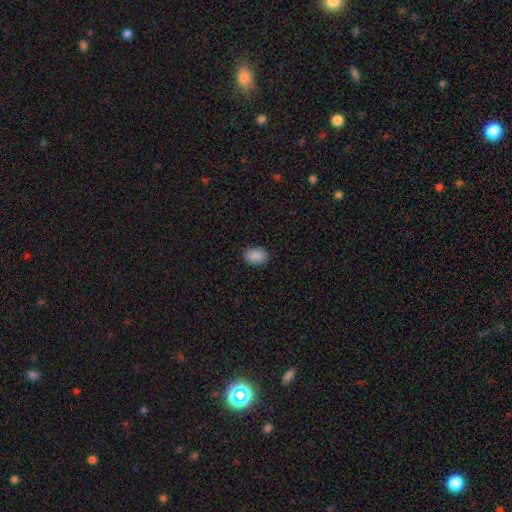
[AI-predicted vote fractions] This is clearly a smooth galaxy (89%). How rounded: clearly in between (82%). Merging: clearly none (88%).